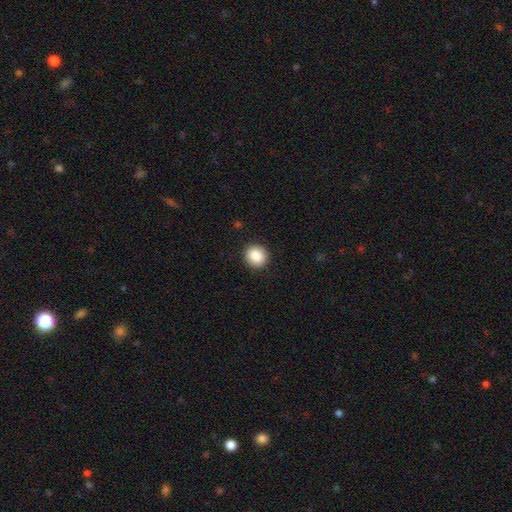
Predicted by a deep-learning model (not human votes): smooth 87%, star or artifact 9%, featured or disk 4%. Down the decision tree: how rounded — round (83%); merging — none (90%).